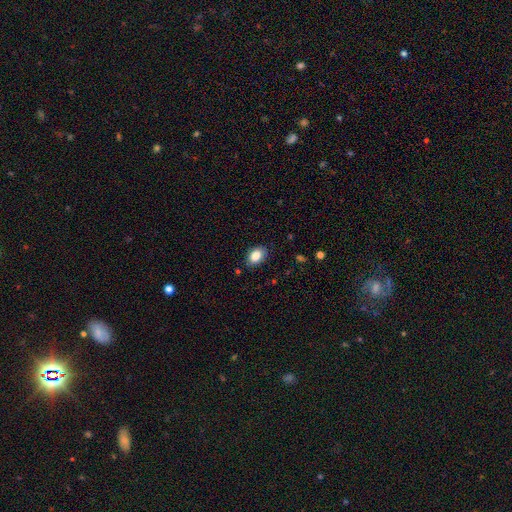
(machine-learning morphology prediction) Smooth or featured? smooth (85%)
How rounded? in between (82%)
Merging? none (84%)